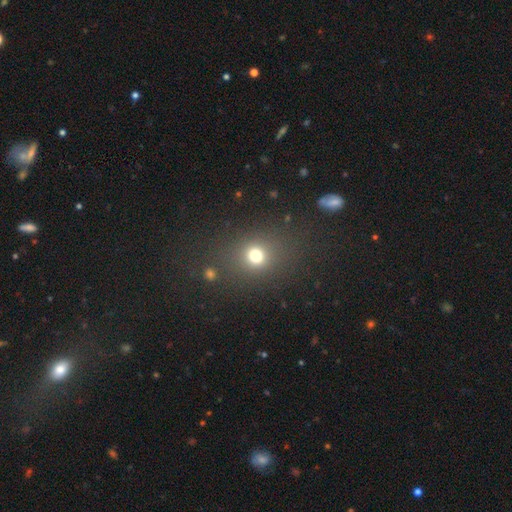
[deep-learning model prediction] This is likely a smooth galaxy (74%). How rounded: likely round (73%). Merging: likely none (79%).